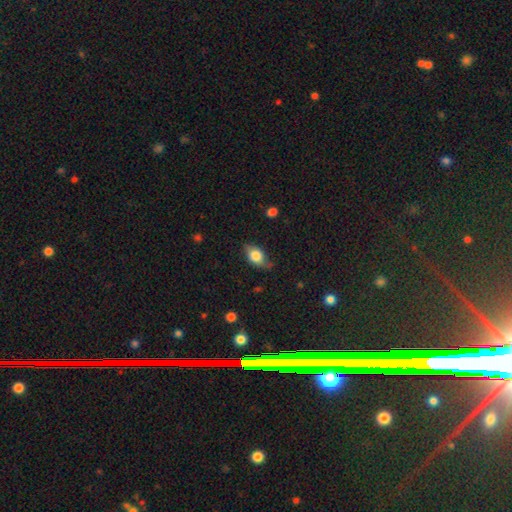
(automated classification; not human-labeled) Morphology: type=smooth (72%); roundness=in between (79%); merging=none (67%).